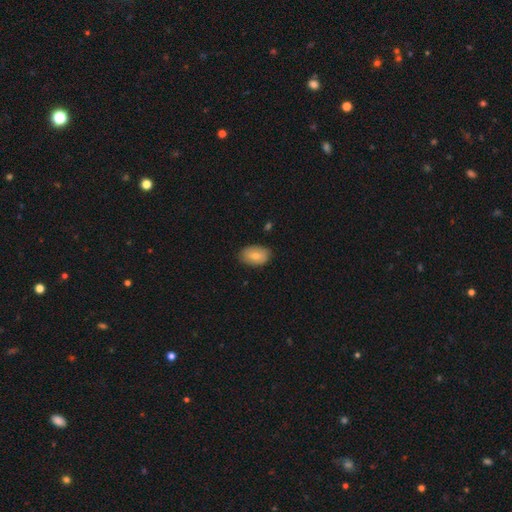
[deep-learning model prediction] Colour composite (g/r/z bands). It shows a smooth galaxy with no disk features (76%) that is in between round and cigar-shaped (88%). Merging: none (82%).